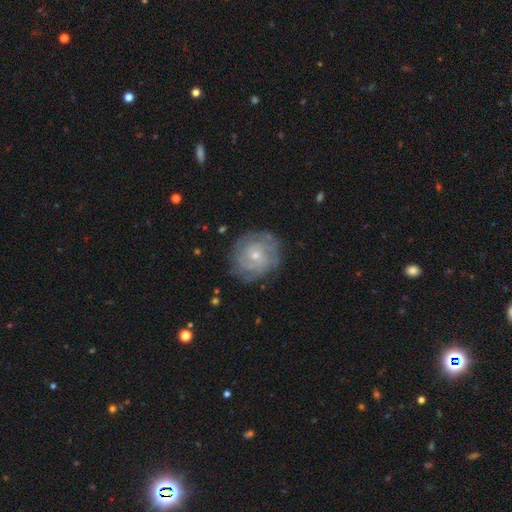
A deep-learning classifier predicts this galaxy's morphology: smooth_or_featured: featured or disk (p=0.74) [alt: smooth p=0.19]
disk_edge_on: no (p=0.97) [alt: yes p=0.03]
bar: no (p=0.77) [alt: weak p=0.20]
has_spiral_arms: yes (p=0.88) [alt: no p=0.12]
spiral_winding: tight (p=0.69) [alt: medium p=0.24]
spiral_arm_count: can't tell (p=0.45) [alt: 2 p=0.17]
bulge_size: small (p=0.68) [alt: moderate p=0.28]
merging: none (p=0.78) [alt: minor disturbance p=0.15]